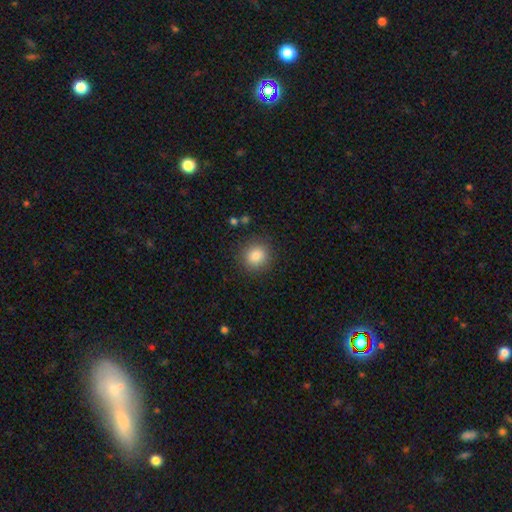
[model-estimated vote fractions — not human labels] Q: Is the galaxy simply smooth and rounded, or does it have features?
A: smooth — 86%.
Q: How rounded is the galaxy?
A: round — 88%.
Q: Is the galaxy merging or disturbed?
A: none — 88%.